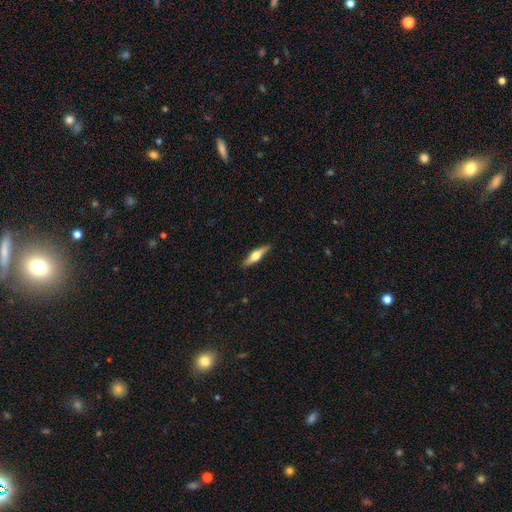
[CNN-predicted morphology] type=featured or disk (60%); edge-on=yes (95%); edge-on bulge=rounded (93%); merging=none (88%).